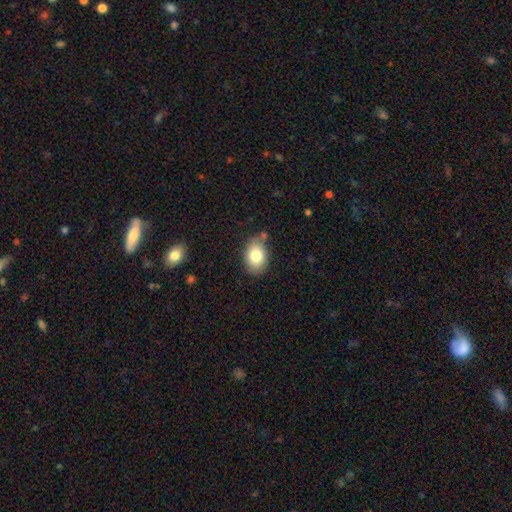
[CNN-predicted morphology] Smooth or featured: smooth — 80% (featured or disk — 12%)
How rounded: in between — 79% (round — 20%)
Merging: none — 74% (minor disturbance — 18%)